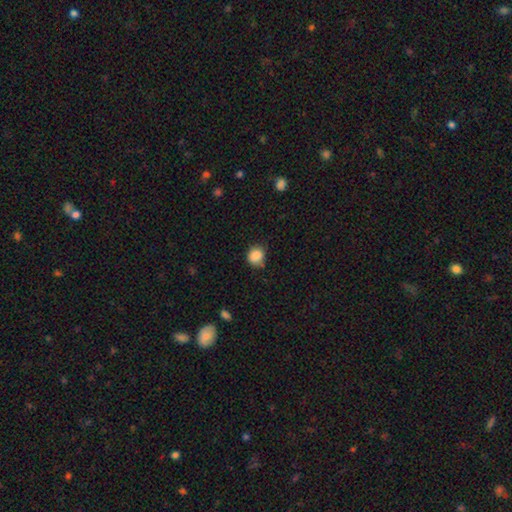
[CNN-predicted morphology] Smooth or featured? smooth (87%)
How rounded? round (78%)
Merging? none (71%)